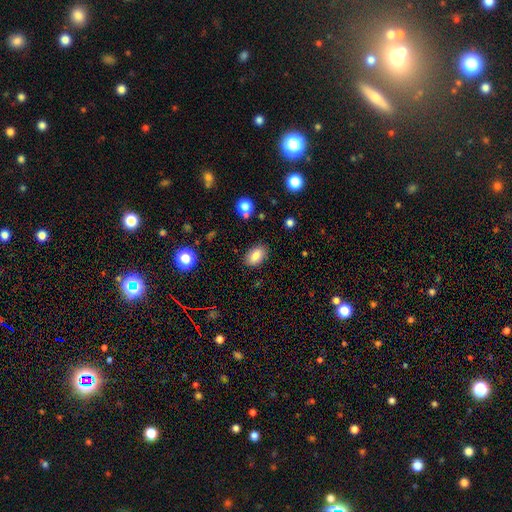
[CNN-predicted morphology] Smooth or featured? Predicted: smooth (p=0.84). How rounded? Predicted: in between (p=0.91). Merging? Predicted: none (p=0.85).